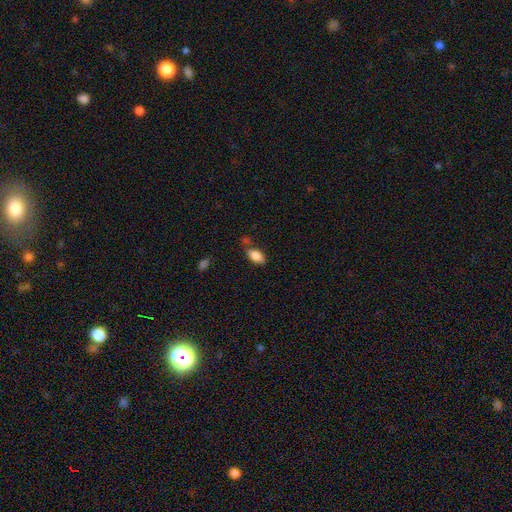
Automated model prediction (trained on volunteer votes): smooth-or-featured: smooth: 86% | star or artifact: 8% | featured or disk: 7%
  how-rounded: in between: 91% | cigar-shaped: 6% | round: 3%
  merging: none: 68% | minor disturbance: 17% | merger: 11% | major disturbance: 4%